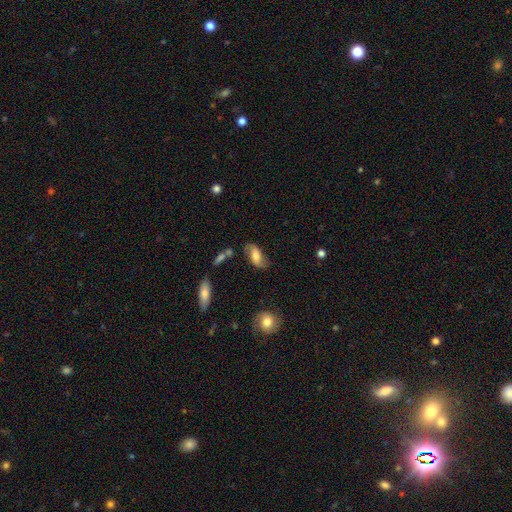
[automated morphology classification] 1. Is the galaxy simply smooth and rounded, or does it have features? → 49% featured or disk, 43% smooth, 8% star or artifact.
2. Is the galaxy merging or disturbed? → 70% none, 19% minor disturbance, 7% major disturbance, 4% merger.